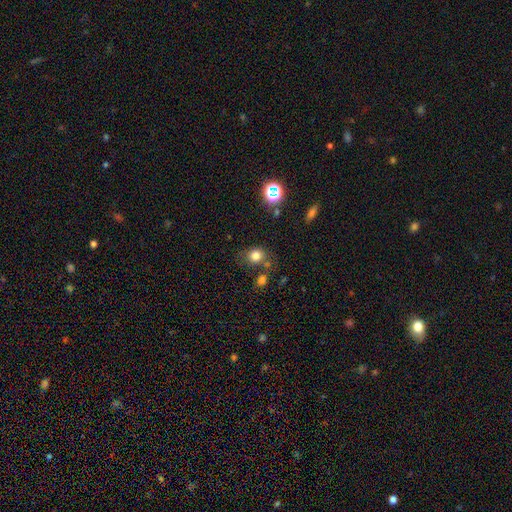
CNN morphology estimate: smooth 77%, star or artifact 15%, featured or disk 8%. Down the decision tree: how rounded — round (68%); merging — none (66%).